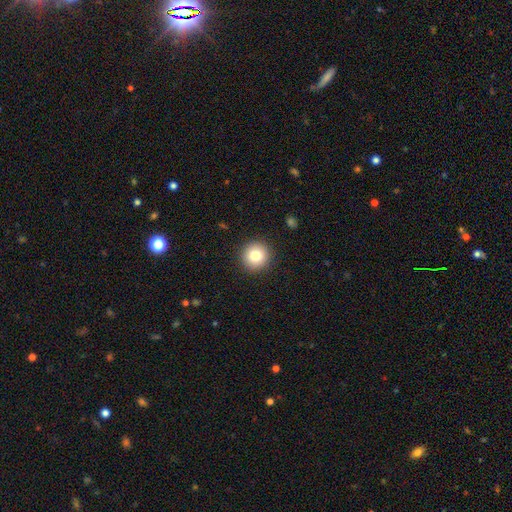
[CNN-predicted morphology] type=smooth (81%); roundness=round (94%); merging=none (92%).